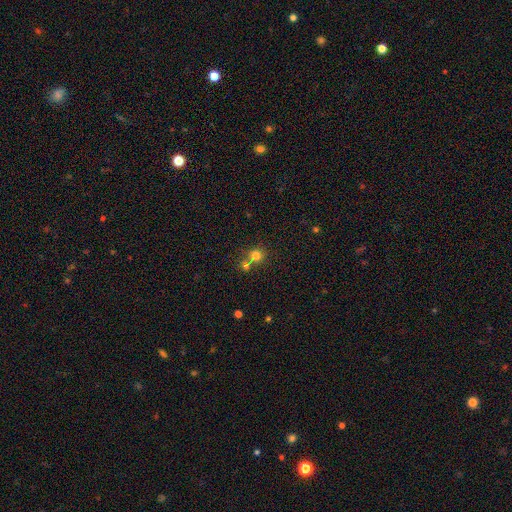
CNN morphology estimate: type=smooth (74%); roundness=round (86%); merging=none (48%).